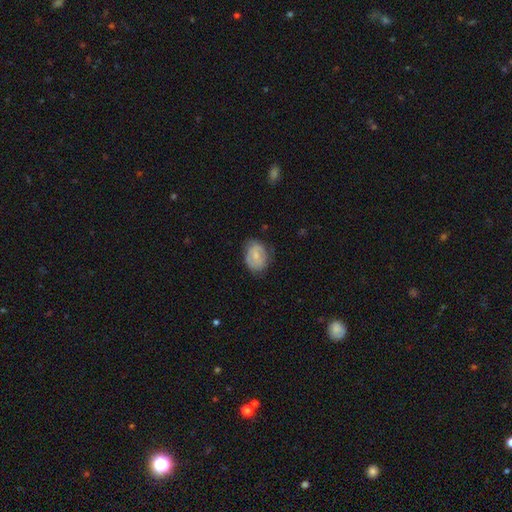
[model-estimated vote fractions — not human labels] A smooth galaxy with no disk features (60%) that is in between round and cigar-shaped (68%).

Vote fractions:
- Smooth or featured? smooth: 60% / featured or disk: 33% / star or artifact: 7%
- How rounded? in between: 68% / round: 31% / cigar-shaped: 1%
- Merging? none: 66% / minor disturbance: 25% / major disturbance: 8% / merger: 1%